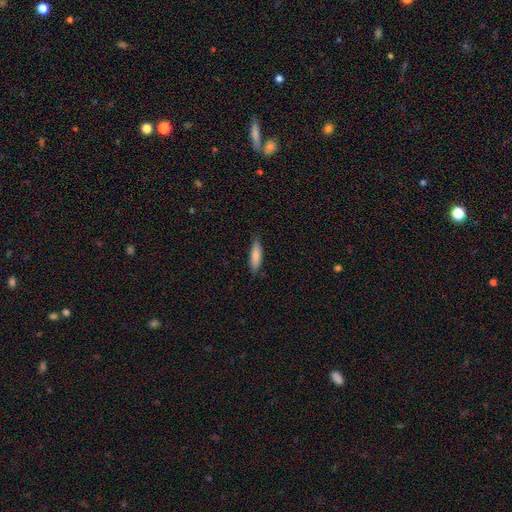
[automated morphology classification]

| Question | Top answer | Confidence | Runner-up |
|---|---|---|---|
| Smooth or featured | smooth | 83% | featured or disk (11%) |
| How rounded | cigar-shaped | 59% | in between (39%) |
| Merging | none | 83% | minor disturbance (13%) |